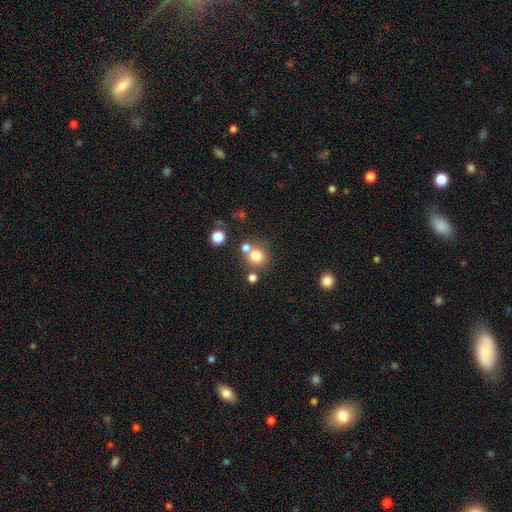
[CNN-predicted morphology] This is likely a smooth galaxy (76%). How rounded: clearly round (89%). Merging: likely none (63%).